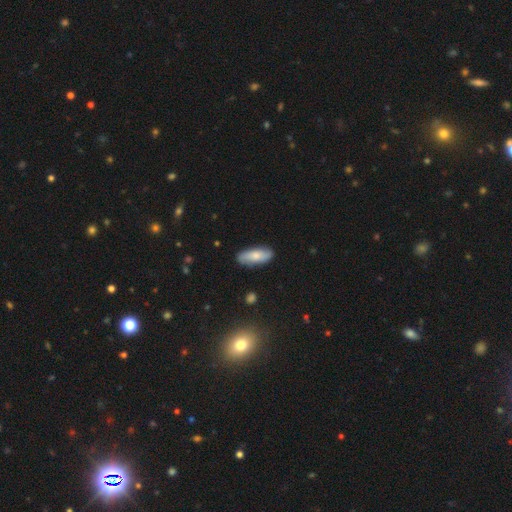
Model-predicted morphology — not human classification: smooth_or_featured: smooth (p=0.69) [alt: featured or disk p=0.25]
how_rounded: in between (p=0.70) [alt: cigar-shaped p=0.27]
merging: none (p=0.85) [alt: minor disturbance p=0.12]